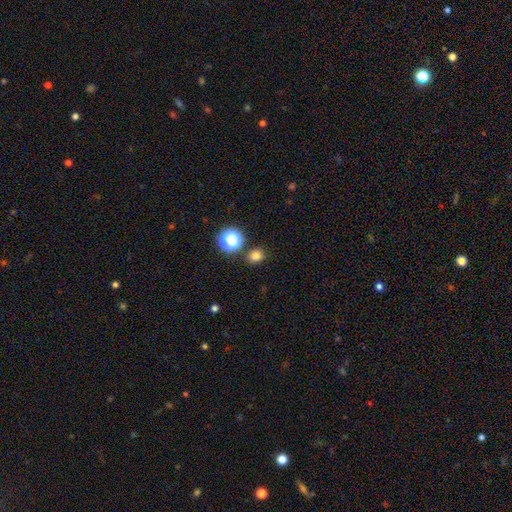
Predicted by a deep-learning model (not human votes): smooth-or-featured: smooth: 77% | star or artifact: 18% | featured or disk: 5%
  how-rounded: round: 69% | in between: 30% | cigar-shaped: 1%
  merging: none: 85% | minor disturbance: 8% | merger: 5% | major disturbance: 3%